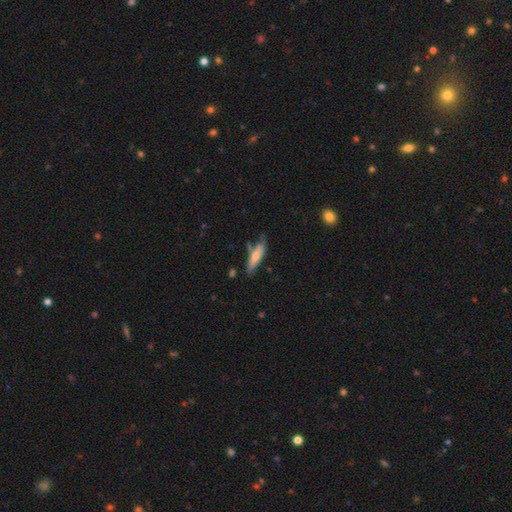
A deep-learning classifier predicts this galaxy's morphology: Smooth or featured?
  - smooth: 64% *
  - featured or disk: 30%
  - star or artifact: 6%
How rounded?
  - cigar-shaped: 60% *
  - in between: 38%
  - round: 2%
Merging?
  - none: 60% *
  - minor disturbance: 26%
  - merger: 8%
  - major disturbance: 7%